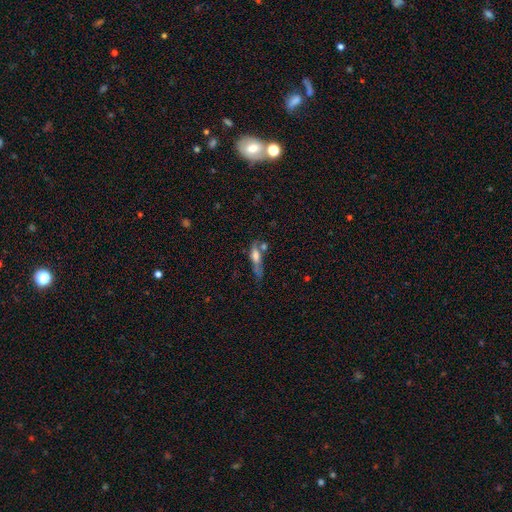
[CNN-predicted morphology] smooth_or_featured: smooth (p=0.52) [alt: featured or disk p=0.38]
how_rounded: cigar-shaped (p=0.67) [alt: in between p=0.30]
merging: none (p=0.41) [alt: minor disturbance p=0.24]